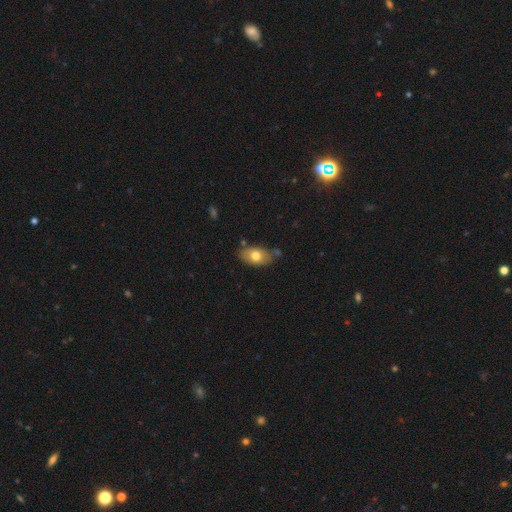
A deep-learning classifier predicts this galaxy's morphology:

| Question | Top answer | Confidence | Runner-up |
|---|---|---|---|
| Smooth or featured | smooth | 72% | featured or disk (21%) |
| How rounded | in between | 90% | round (9%) |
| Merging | none | 71% | minor disturbance (19%) |